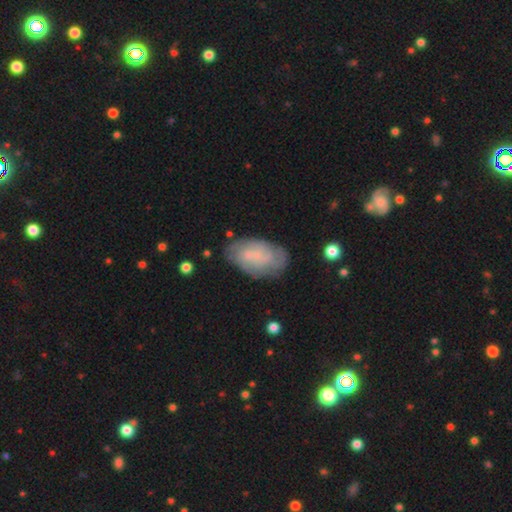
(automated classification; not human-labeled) Smooth or featured?
  - featured or disk: 55% *
  - smooth: 37%
  - star or artifact: 8%
Edge-on disk?
  - no: 96% *
  - yes: 4%
Bar?
  - no: 65% *
  - weak: 30%
  - strong: 5%
Spiral arms?
  - yes: 78% *
  - no: 22%
Bulge size?
  - small: 57% *
  - none: 28%
  - moderate: 12%
  - large: 2%
  - dominant: 1%
Merging?
  - none: 70% *
  - minor disturbance: 21%
  - major disturbance: 7%
  - merger: 3%